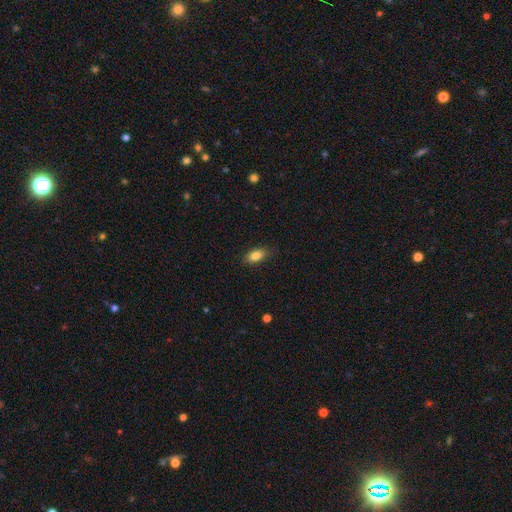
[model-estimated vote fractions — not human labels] The model was most divided on "merging": none: 82%, minor disturbance: 14%, major disturbance: 3%, merger: 1%. More confident: how rounded — in between (87%); smooth or featured — smooth (84%).